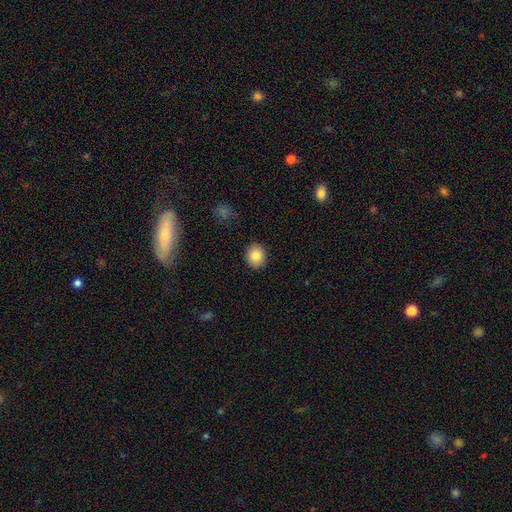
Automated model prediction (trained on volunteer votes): Smooth or featured: smooth — 85% (star or artifact — 9%)
How rounded: round — 62% (in between — 37%)
Merging: none — 89% (minor disturbance — 8%)